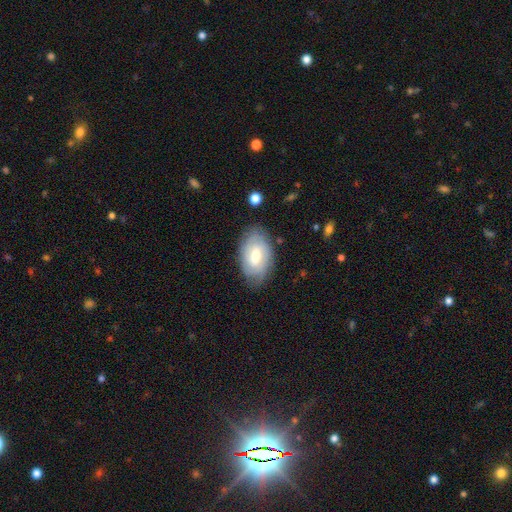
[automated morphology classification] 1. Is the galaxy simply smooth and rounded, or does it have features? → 49% featured or disk, 45% smooth, 7% star or artifact.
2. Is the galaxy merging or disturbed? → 77% none, 17% minor disturbance, 4% major disturbance, 1% merger.